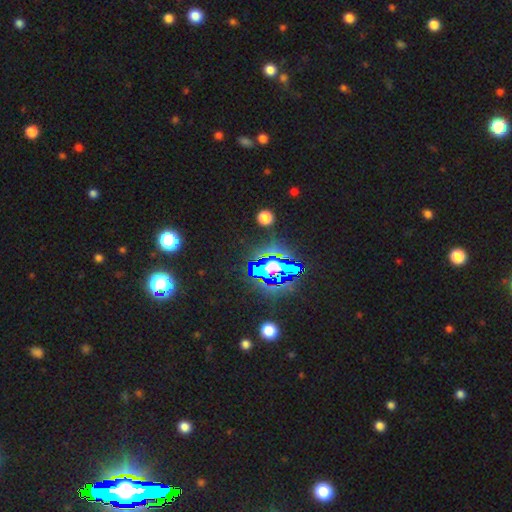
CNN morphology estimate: A star or artifact, not a galaxy (80%).

Vote fractions:
- Smooth or featured? star or artifact: 80% / smooth: 12% / featured or disk: 8%